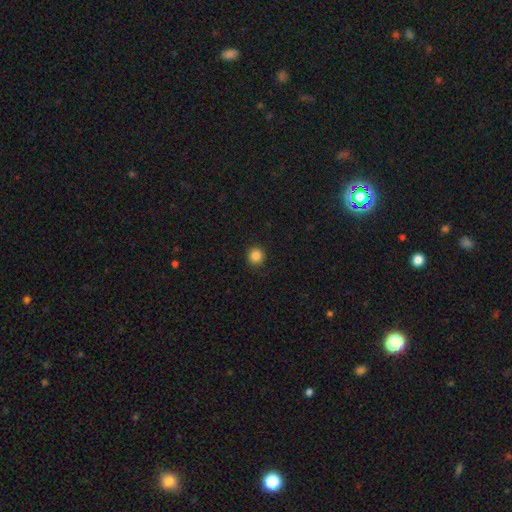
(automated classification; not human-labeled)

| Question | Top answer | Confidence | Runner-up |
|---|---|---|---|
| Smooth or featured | smooth | 86% | star or artifact (11%) |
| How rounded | round | 93% | in between (6%) |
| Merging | none | 91% | minor disturbance (7%) |